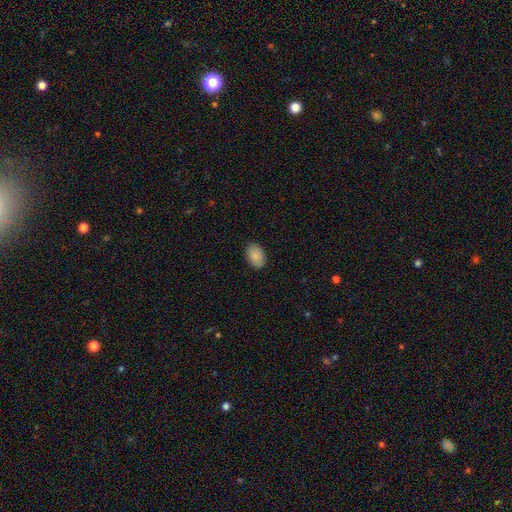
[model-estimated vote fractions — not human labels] This appears to be a smooth galaxy with no disk features (88%) that is in between round and cigar-shaped (88%). Merging: none (88%).